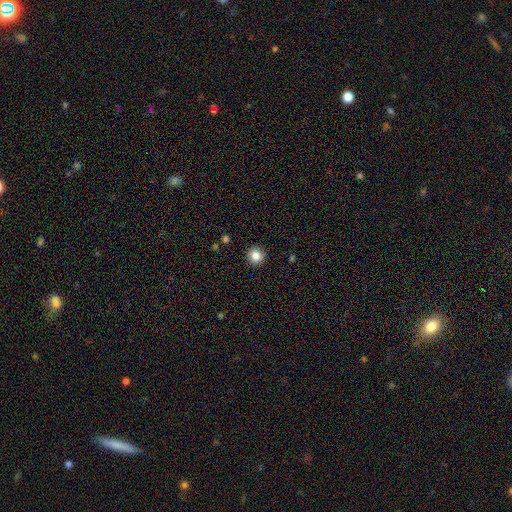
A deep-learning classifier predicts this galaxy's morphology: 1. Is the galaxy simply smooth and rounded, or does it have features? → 83% smooth, 11% star or artifact, 6% featured or disk.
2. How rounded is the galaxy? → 95% round, 4% in between, 1% cigar-shaped.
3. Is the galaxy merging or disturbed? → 93% none, 5% minor disturbance, 2% major disturbance, 1% merger.